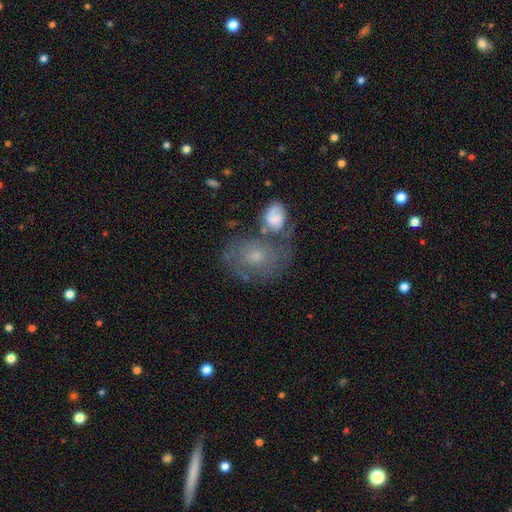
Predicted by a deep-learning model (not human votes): smooth_or_featured: featured or disk (p=0.48) [alt: smooth p=0.41]
merging: none (p=0.49) [alt: merger p=0.23]